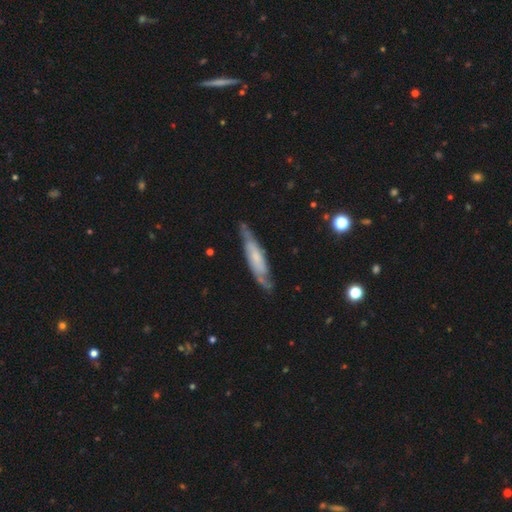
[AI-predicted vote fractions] Q: Smooth or featured?
A: featured or disk (68%); runner-up: smooth (26%)
Q: Edge-on disk?
A: no (58%); runner-up: yes (42%)
Q: Merging?
A: none (73%); runner-up: minor disturbance (19%)